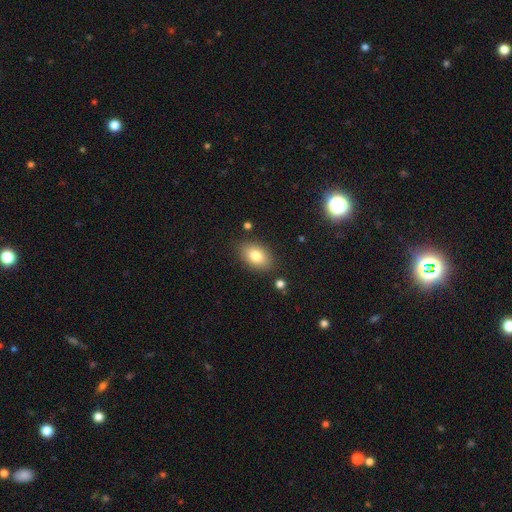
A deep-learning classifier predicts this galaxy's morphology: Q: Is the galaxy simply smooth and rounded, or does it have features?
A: smooth — 81%.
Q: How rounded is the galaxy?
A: in between — 86%.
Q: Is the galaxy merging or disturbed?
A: none — 84%.